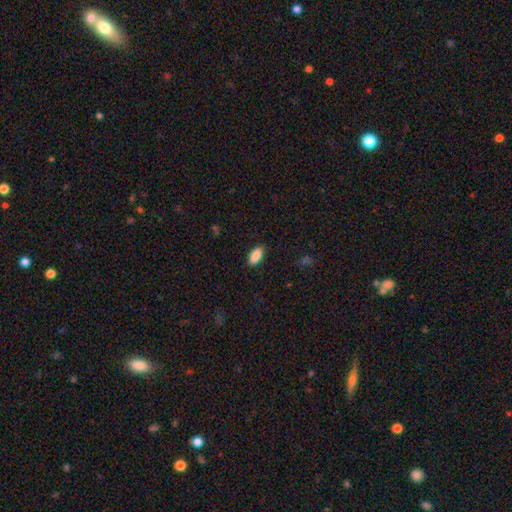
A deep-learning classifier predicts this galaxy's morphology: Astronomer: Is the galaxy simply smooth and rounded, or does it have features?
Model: smooth — 89%.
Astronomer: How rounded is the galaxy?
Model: in between — 89%.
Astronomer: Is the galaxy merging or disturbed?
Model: none — 86%.